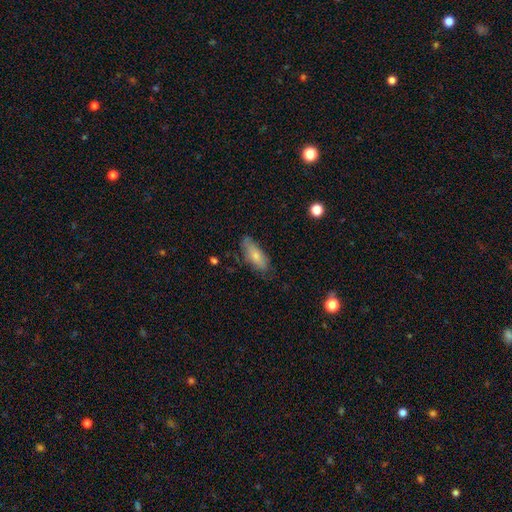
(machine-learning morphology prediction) A smooth galaxy with no disk features (74%) that is in between round and cigar-shaped (67%).

Vote fractions:
- Smooth or featured? smooth: 74% / featured or disk: 19% / star or artifact: 7%
- How rounded? in between: 67% / cigar-shaped: 31% / round: 2%
- Merging? none: 66% / minor disturbance: 26% / major disturbance: 6% / merger: 2%